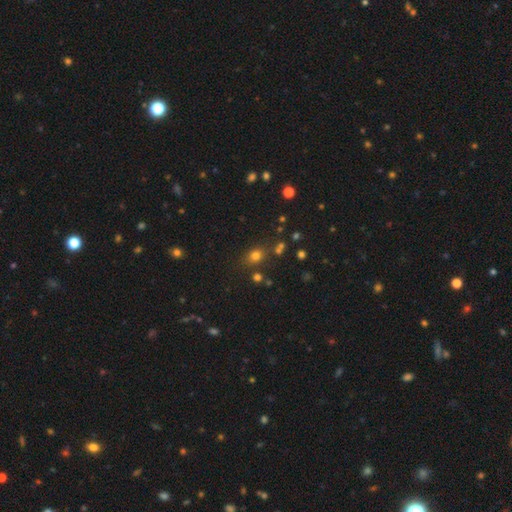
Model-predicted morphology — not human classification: This appears to be a smooth galaxy with no disk features (72%) that is round (60%). Merging: none (77%).